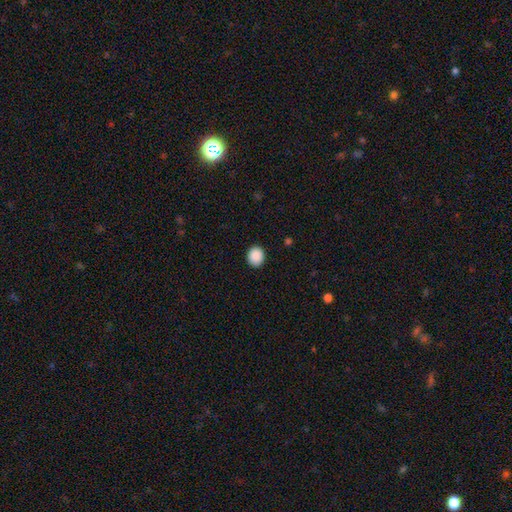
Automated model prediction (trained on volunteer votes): This appears to be a smooth galaxy with no disk features (90%) that is round (66%). Merging: none (91%).